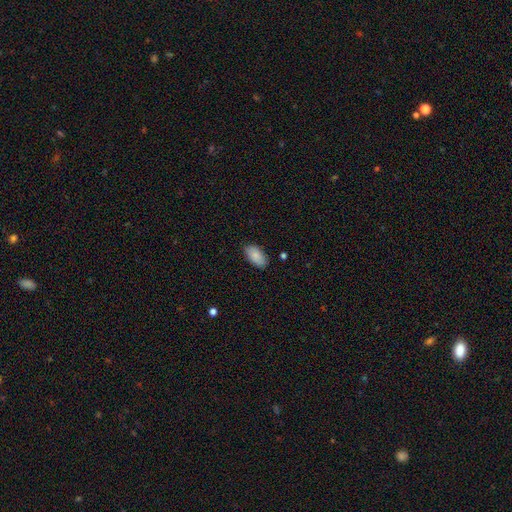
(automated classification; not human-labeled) The model was most divided on "merging": none: 86%, minor disturbance: 10%, major disturbance: 2%, merger: 1%. More confident: how rounded — in between (95%); smooth or featured — smooth (88%).